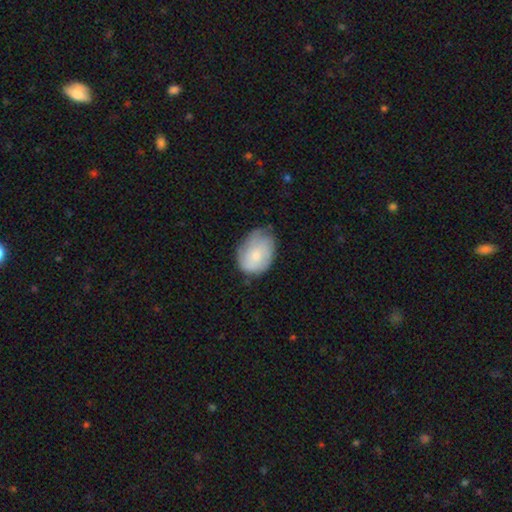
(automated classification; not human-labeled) A smooth galaxy with no disk features (59%) that is in between round and cigar-shaped (71%).

Vote fractions:
- Smooth or featured? smooth: 59% / featured or disk: 34% / star or artifact: 7%
- How rounded? in between: 71% / round: 28% / cigar-shaped: 1%
- Merging? none: 57% / minor disturbance: 33% / major disturbance: 9% / merger: 1%